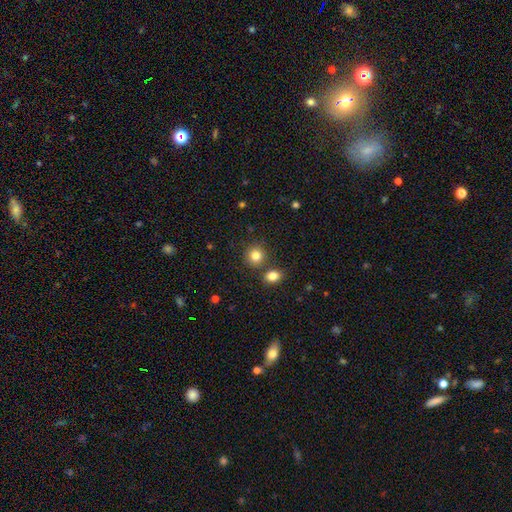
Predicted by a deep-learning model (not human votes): Smooth or featured? smooth (83%)
How rounded? round (86%)
Merging? none (77%)